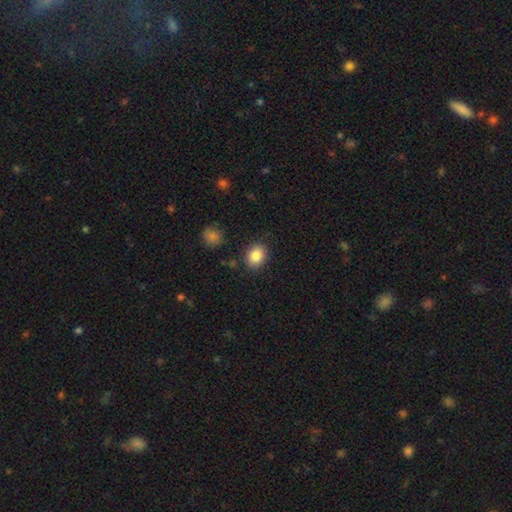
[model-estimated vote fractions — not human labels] Smooth or featured?
  - smooth: 86% *
  - star or artifact: 8%
  - featured or disk: 5%
How rounded?
  - in between: 50% *
  - round: 49%
  - cigar-shaped: 1%
Merging?
  - none: 86% *
  - minor disturbance: 9%
  - major disturbance: 3%
  - merger: 2%